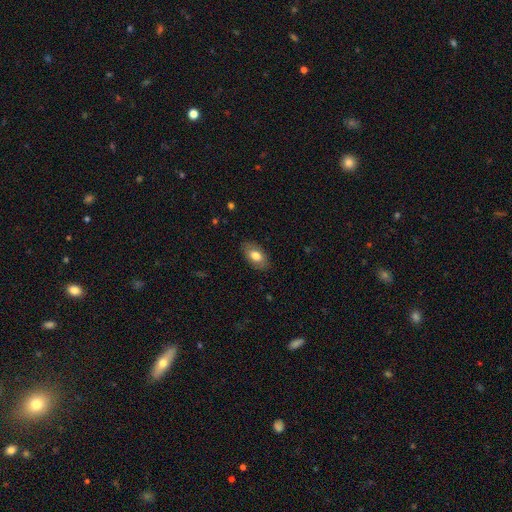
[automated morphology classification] This appears to be a smooth galaxy with no disk features (75%) that is in between round and cigar-shaped (93%). Merging: none (85%).